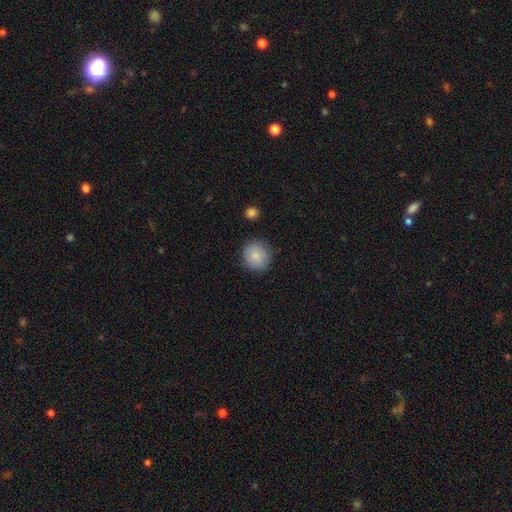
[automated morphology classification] This is clearly a smooth galaxy (85%). How rounded: clearly round (89%). Merging: clearly none (85%).